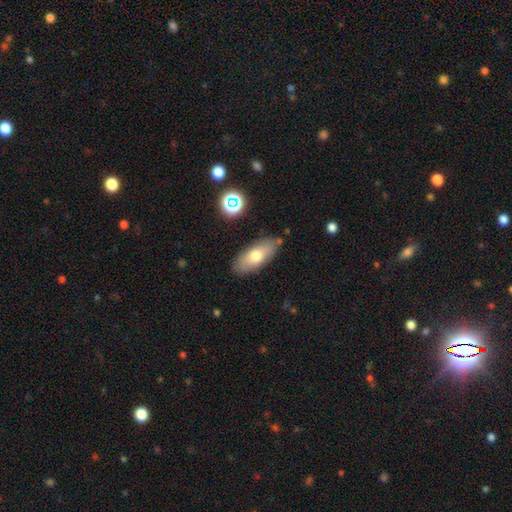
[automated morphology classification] Smooth or featured?
  - smooth: 69% *
  - featured or disk: 23%
  - star or artifact: 8%
How rounded?
  - in between: 77% *
  - cigar-shaped: 20%
  - round: 3%
Merging?
  - none: 82% *
  - minor disturbance: 12%
  - merger: 3%
  - major disturbance: 3%